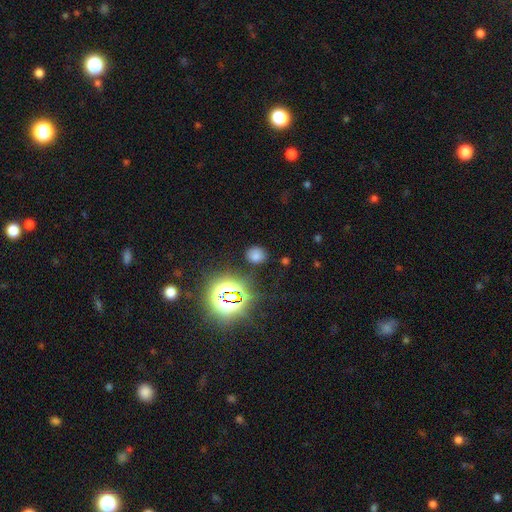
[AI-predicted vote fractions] Smooth or featured: smooth — 64% (star or artifact — 29%)
How rounded: round — 71% (in between — 27%)
Merging: none — 80% (minor disturbance — 12%)